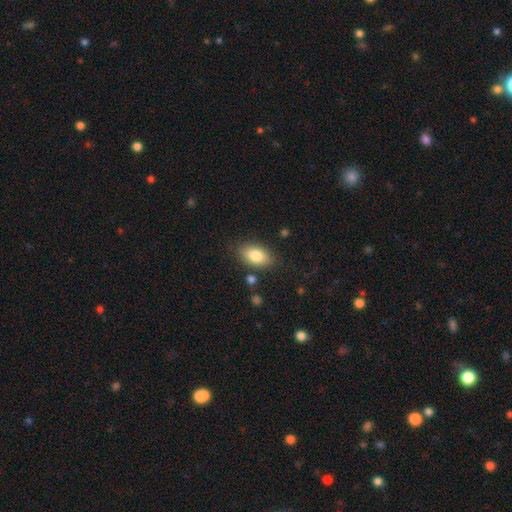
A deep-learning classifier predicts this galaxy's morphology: Q: Smooth or featured?
A: smooth (82%); runner-up: featured or disk (11%)
Q: How rounded?
A: in between (90%); runner-up: round (7%)
Q: Merging?
A: none (82%); runner-up: minor disturbance (12%)